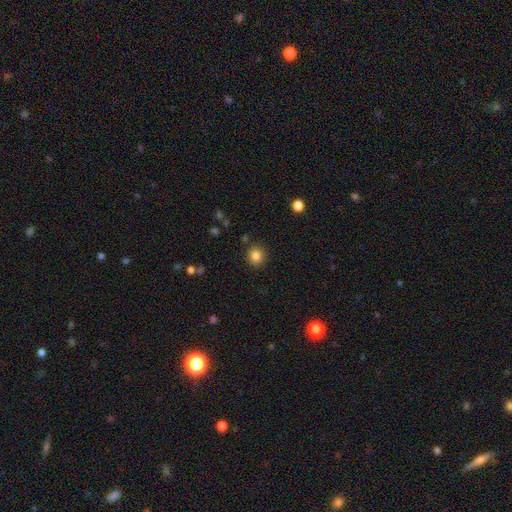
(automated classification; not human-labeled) Smooth or featured? smooth (84%)
How rounded? round (87%)
Merging? none (88%)